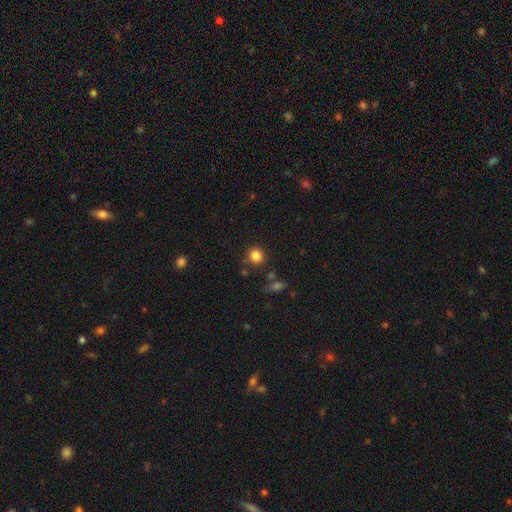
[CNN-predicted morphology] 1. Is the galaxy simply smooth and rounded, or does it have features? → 84% smooth, 11% star or artifact, 5% featured or disk.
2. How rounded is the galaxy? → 85% round, 14% in between, 1% cigar-shaped.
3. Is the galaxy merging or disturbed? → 83% none, 9% minor disturbance, 4% merger, 3% major disturbance.